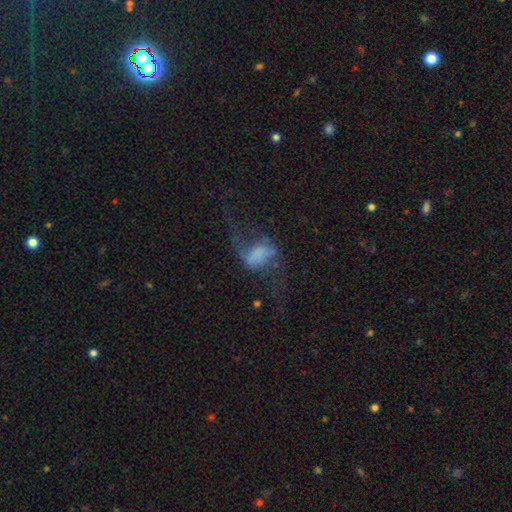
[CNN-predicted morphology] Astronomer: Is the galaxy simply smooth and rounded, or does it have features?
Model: featured or disk — 66%.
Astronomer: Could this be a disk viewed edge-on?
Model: no — 95%.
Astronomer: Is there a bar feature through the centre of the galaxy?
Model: no — 40% (runner-up: weak, 34%).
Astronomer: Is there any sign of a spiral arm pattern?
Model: yes — 84%.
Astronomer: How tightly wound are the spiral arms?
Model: loose — 87%.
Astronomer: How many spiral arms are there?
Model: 2 — 90%.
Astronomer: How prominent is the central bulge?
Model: none — 49%.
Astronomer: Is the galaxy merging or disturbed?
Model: none — 44% (runner-up: major disturbance, 35%).